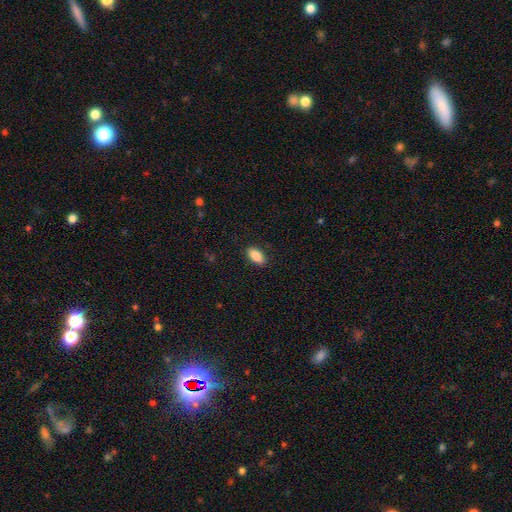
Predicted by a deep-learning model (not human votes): Smooth or featured?
  - smooth: 88% *
  - star or artifact: 7%
  - featured or disk: 5%
How rounded?
  - in between: 91% *
  - cigar-shaped: 6%
  - round: 3%
Merging?
  - none: 88% *
  - minor disturbance: 9%
  - major disturbance: 2%
  - merger: 1%